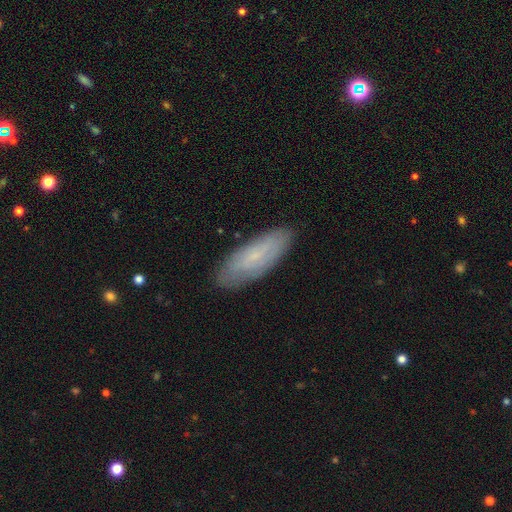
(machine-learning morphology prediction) Smooth or featured? smooth (59%)
How rounded? in between (62%)
Merging? none (84%)